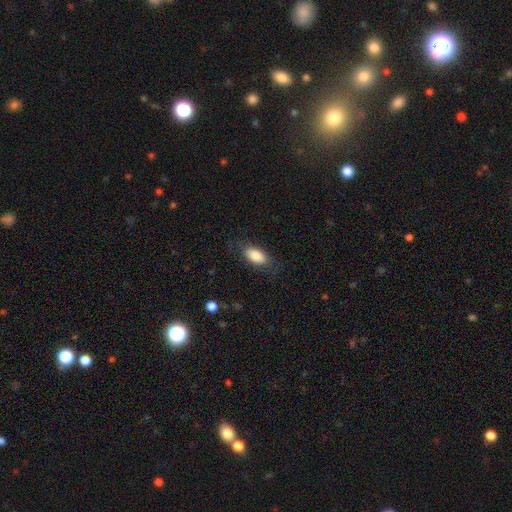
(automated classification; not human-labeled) Overall: smooth (84%). How rounded: in between (89%). Merging: none (78%).